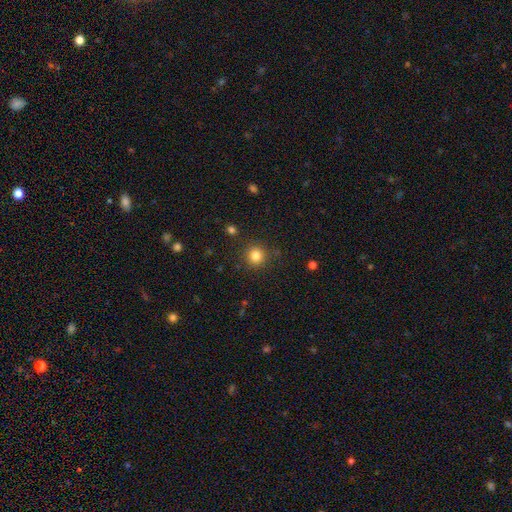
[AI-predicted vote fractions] smooth-or-featured: smooth: 82% | star or artifact: 12% | featured or disk: 5%
  how-rounded: round: 93% | in between: 6% | cigar-shaped: 1%
  merging: none: 88% | minor disturbance: 7% | major disturbance: 3% | merger: 2%